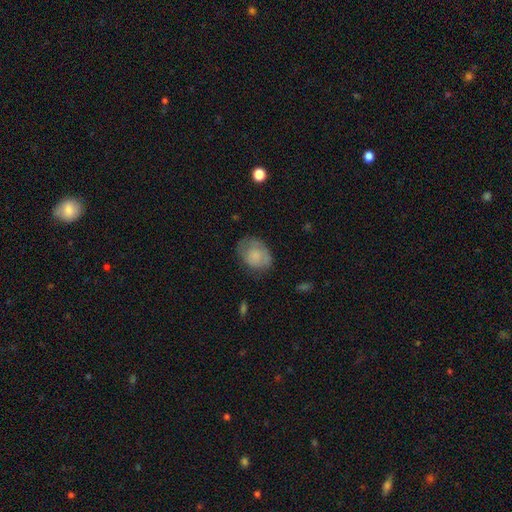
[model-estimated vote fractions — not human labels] This is likely a smooth galaxy (67%). How rounded: likely in between (62%). Merging: possibly none (60%).